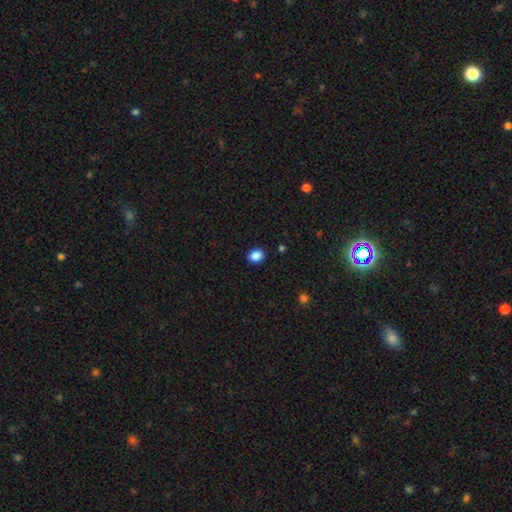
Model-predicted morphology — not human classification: Smooth or featured?
  - smooth: 88% *
  - star or artifact: 10%
  - featured or disk: 3%
How rounded?
  - in between: 53% *
  - round: 46%
  - cigar-shaped: 1%
Merging?
  - none: 89% *
  - minor disturbance: 8%
  - major disturbance: 2%
  - merger: 1%